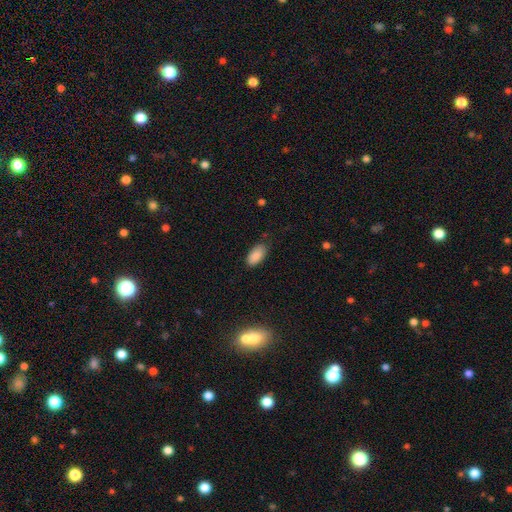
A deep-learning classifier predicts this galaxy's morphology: Smooth or featured?
  - smooth: 88% *
  - star or artifact: 8%
  - featured or disk: 4%
How rounded?
  - in between: 93% *
  - cigar-shaped: 4%
  - round: 2%
Merging?
  - none: 80% *
  - minor disturbance: 16%
  - major disturbance: 3%
  - merger: 1%